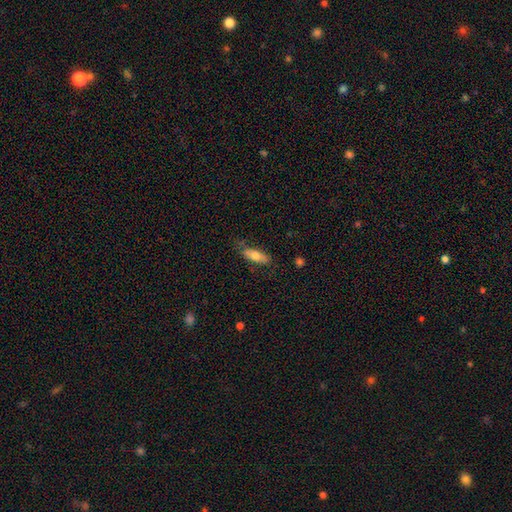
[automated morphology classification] smooth_or_featured: smooth (p=0.67) [alt: featured or disk p=0.26]
how_rounded: in between (p=0.64) [alt: cigar-shaped p=0.34]
merging: none (p=0.71) [alt: minor disturbance p=0.21]